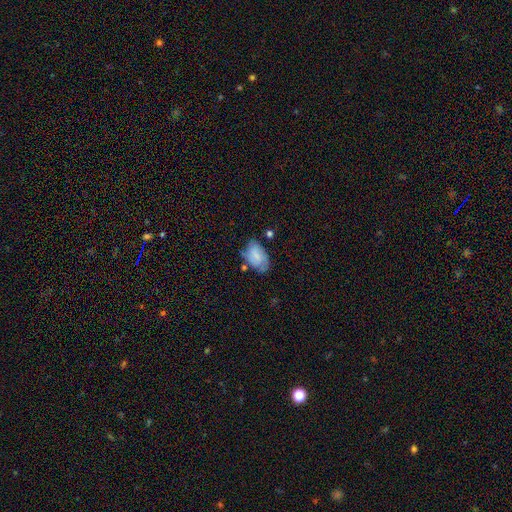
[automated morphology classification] smooth 69%, featured or disk 23%, star or artifact 8%. Down the decision tree: how rounded — in between (91%); merging — none (56%).